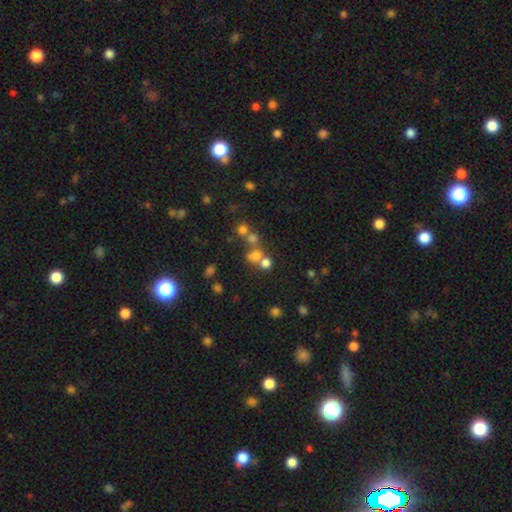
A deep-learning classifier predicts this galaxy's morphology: smooth 58%, star or artifact 26%, featured or disk 16%. Down the decision tree: how rounded — round (73%); merging — none (45%).